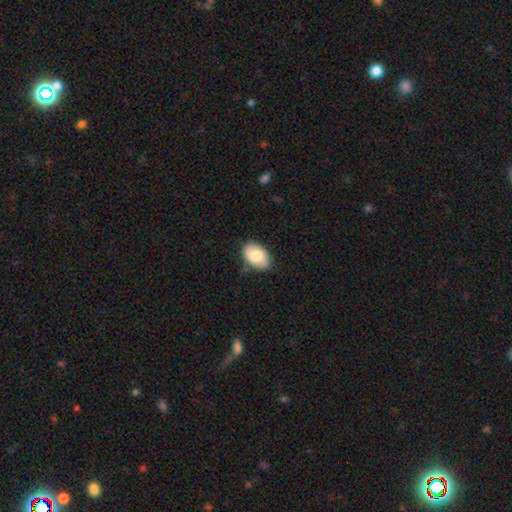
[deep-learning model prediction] Morphology: type=smooth (76%); roundness=in between (88%); merging=none (71%).